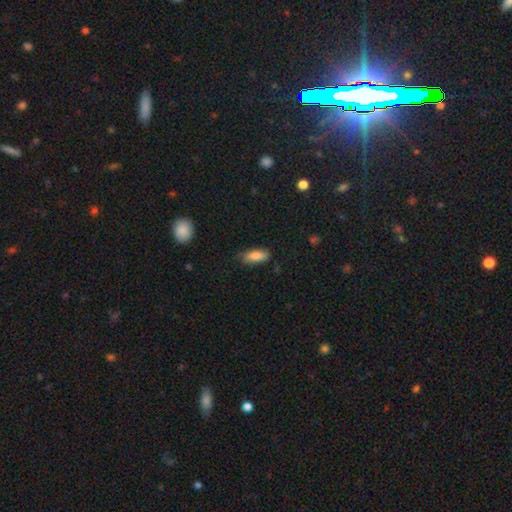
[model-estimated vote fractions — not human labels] This is clearly a smooth galaxy (84%). How rounded: likely in between (79%). Merging: likely none (75%).